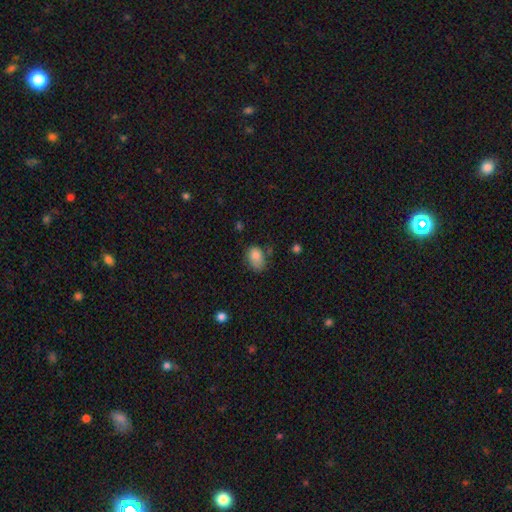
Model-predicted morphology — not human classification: A smooth galaxy with no disk features (83%) that is in between round and cigar-shaped (79%). Merging: none (51%).